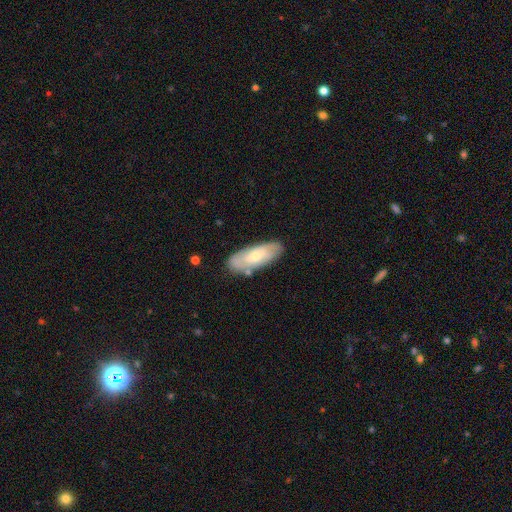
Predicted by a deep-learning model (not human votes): Morphology: type=smooth (51%); roundness=in between (76%); merging=none (78%).